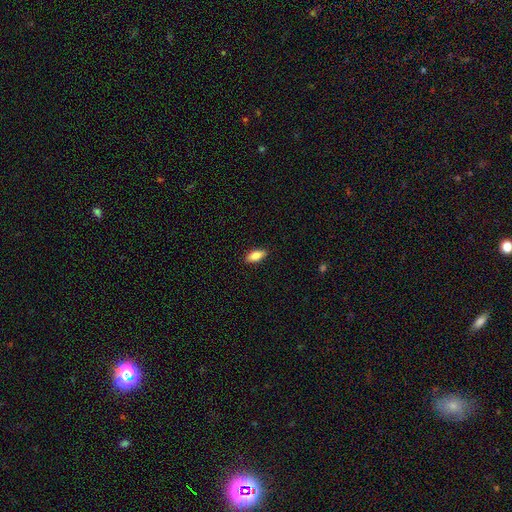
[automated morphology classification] Overall: smooth (85%). How rounded: in between (84%). Merging: none (88%).